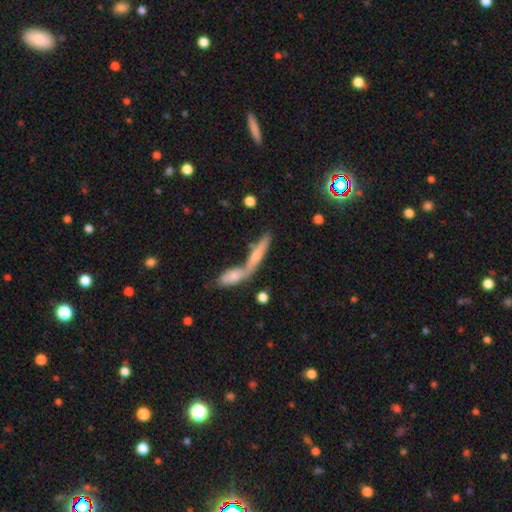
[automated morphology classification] type=smooth (45%); merging=merger (51%).